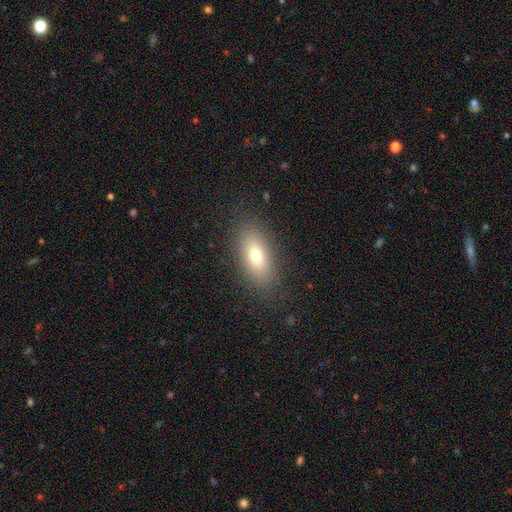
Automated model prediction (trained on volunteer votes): A smooth galaxy with no disk features (71%) that is in between round and cigar-shaped (82%).

Vote fractions:
- Smooth or featured? smooth: 71% / featured or disk: 18% / star or artifact: 11%
- How rounded? in between: 82% / cigar-shaped: 10% / round: 8%
- Merging? none: 85% / minor disturbance: 9% / major disturbance: 4% / merger: 1%